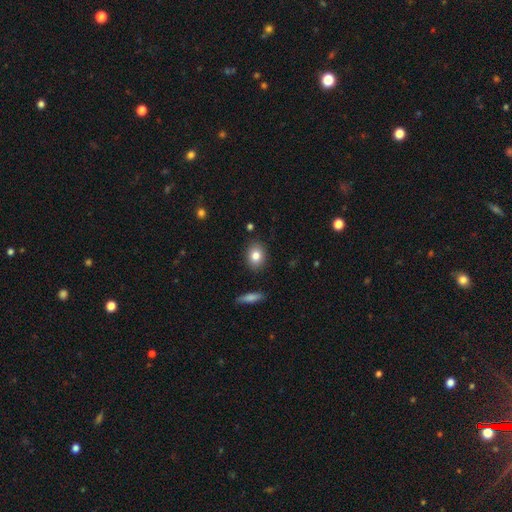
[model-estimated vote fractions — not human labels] smooth-or-featured: smooth: 81% | featured or disk: 9% | star or artifact: 9%
  how-rounded: in between: 52% | round: 46% | cigar-shaped: 2%
  merging: none: 88% | minor disturbance: 8% | major disturbance: 2% | merger: 2%